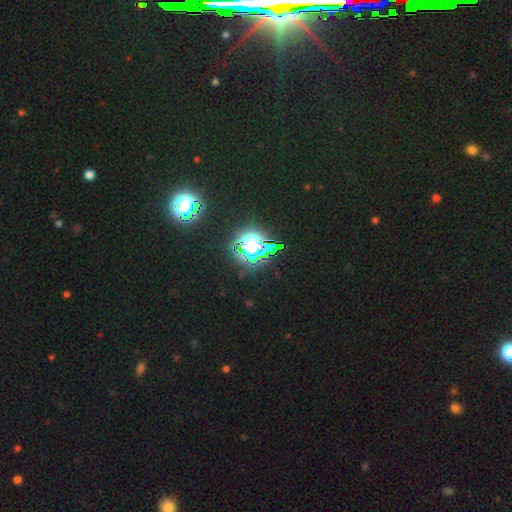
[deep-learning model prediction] This appears to be a star or artifact, not a galaxy (73%).